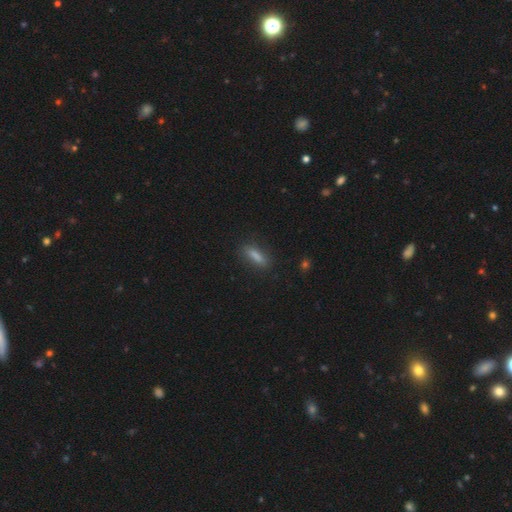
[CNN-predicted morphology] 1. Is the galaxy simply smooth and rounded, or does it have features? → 74% smooth, 15% featured or disk, 12% star or artifact.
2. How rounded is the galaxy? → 58% cigar-shaped, 38% in between, 3% round.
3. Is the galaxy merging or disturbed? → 83% none, 12% minor disturbance, 4% major disturbance, 2% merger.